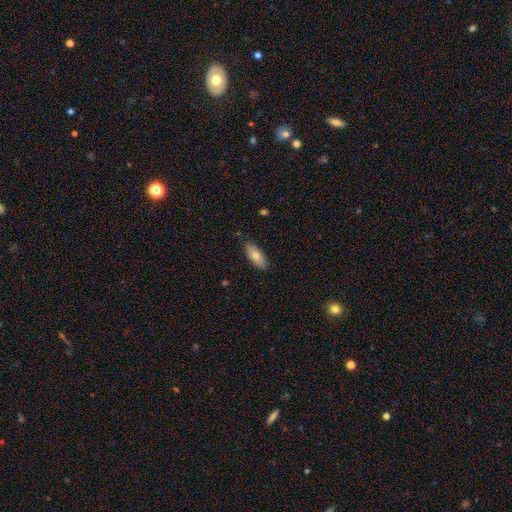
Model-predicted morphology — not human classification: smooth 77%, featured or disk 16%, star or artifact 7%. Down the decision tree: how rounded — in between (80%); merging — none (85%).